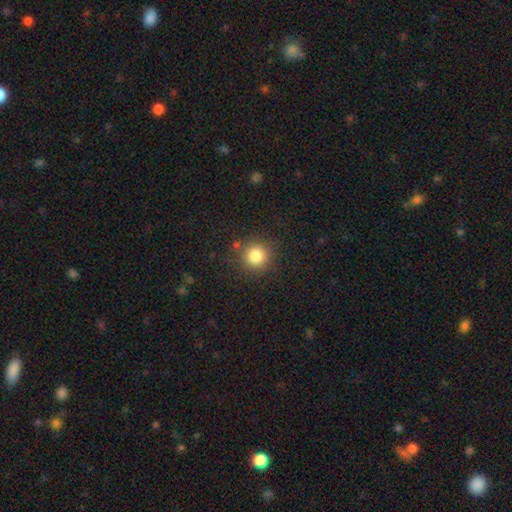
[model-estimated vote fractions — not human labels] A smooth galaxy with no disk features (83%) that is round (93%).

Vote fractions:
- Smooth or featured? smooth: 83% / star or artifact: 12% / featured or disk: 6%
- How rounded? round: 93% / in between: 6% / cigar-shaped: 1%
- Merging? none: 86% / minor disturbance: 8% / major disturbance: 3% / merger: 3%